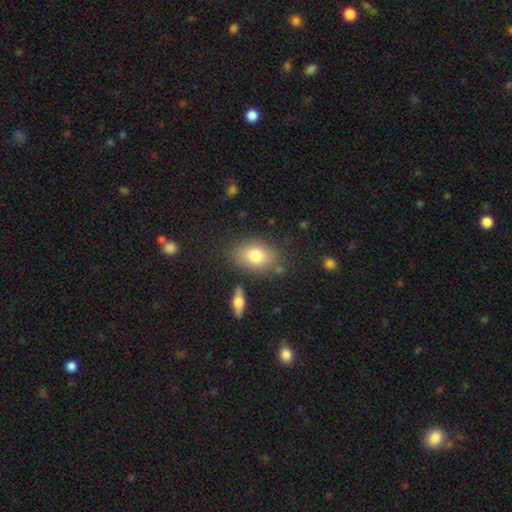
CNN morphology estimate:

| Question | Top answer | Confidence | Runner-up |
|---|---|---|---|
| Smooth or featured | smooth | 79% | featured or disk (13%) |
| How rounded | in between | 78% | round (20%) |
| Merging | none | 77% | minor disturbance (14%) |